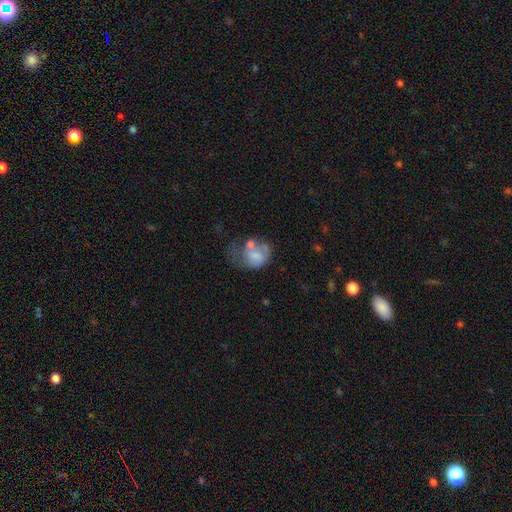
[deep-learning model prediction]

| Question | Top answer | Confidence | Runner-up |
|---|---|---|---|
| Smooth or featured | smooth | 57% | featured or disk (34%) |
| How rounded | in between | 53% | round (46%) |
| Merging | major disturbance | 37% | merger (25%) |